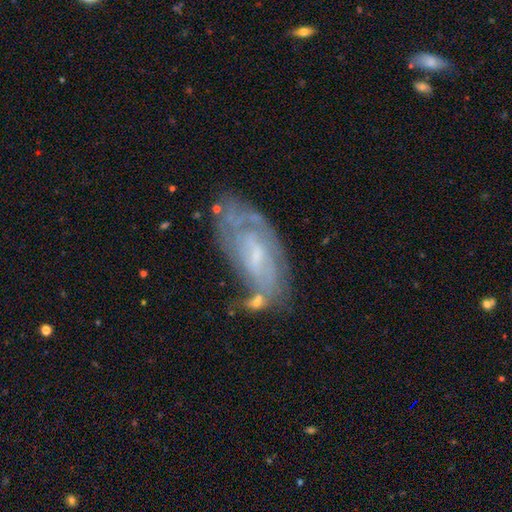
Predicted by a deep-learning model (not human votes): Smooth or featured? Predicted: featured or disk (p=0.71). Edge-on disk? Predicted: no (p=0.90). Bar? Predicted: no (p=0.46). Spiral arms? Predicted: yes (p=0.74). Bulge size? Predicted: small (p=0.55). Merging? Predicted: none (p=0.51).